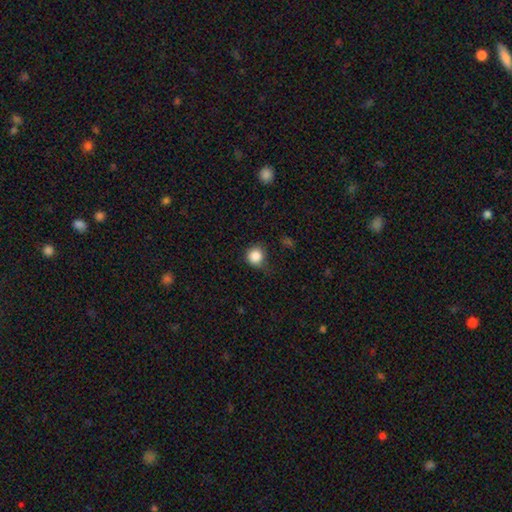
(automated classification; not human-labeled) Overall: smooth (86%). How rounded: round (90%). Merging: none (67%).